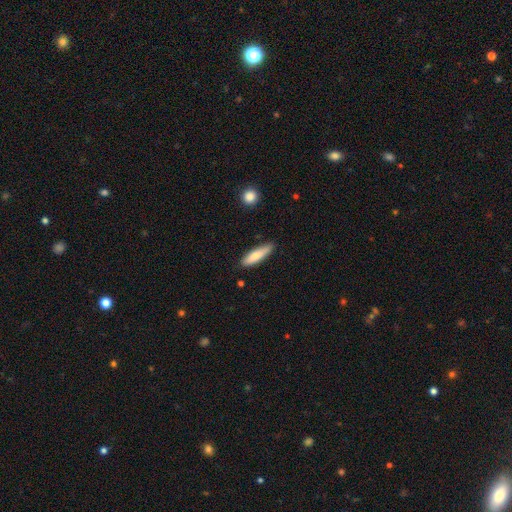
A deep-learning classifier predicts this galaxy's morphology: Smooth or featured?
  - smooth: 81% *
  - featured or disk: 14%
  - star or artifact: 6%
How rounded?
  - cigar-shaped: 71% *
  - in between: 27%
  - round: 2%
Merging?
  - none: 83% *
  - minor disturbance: 13%
  - major disturbance: 2%
  - merger: 2%